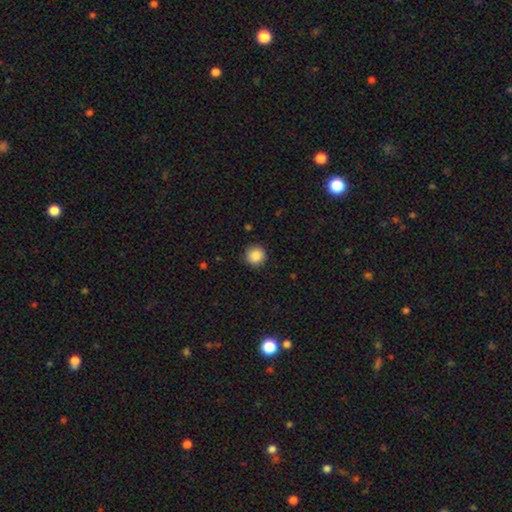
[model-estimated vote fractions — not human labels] The model was most divided on "smooth or featured": smooth: 88%, star or artifact: 9%, featured or disk: 3%. More confident: how rounded — round (94%); merging — none (90%).